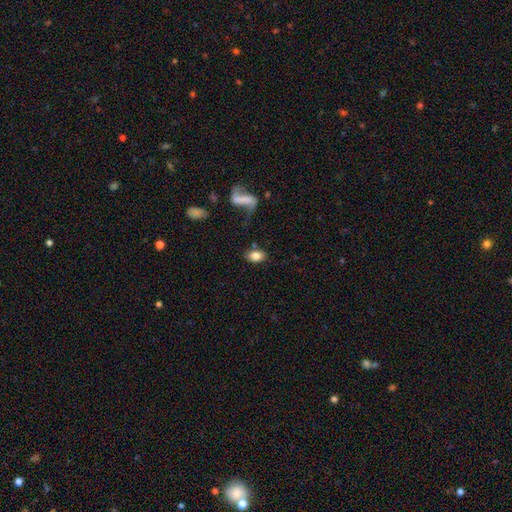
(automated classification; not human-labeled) This appears to be a smooth galaxy with no disk features (80%) that is in between round and cigar-shaped (86%). Merging: none (77%).